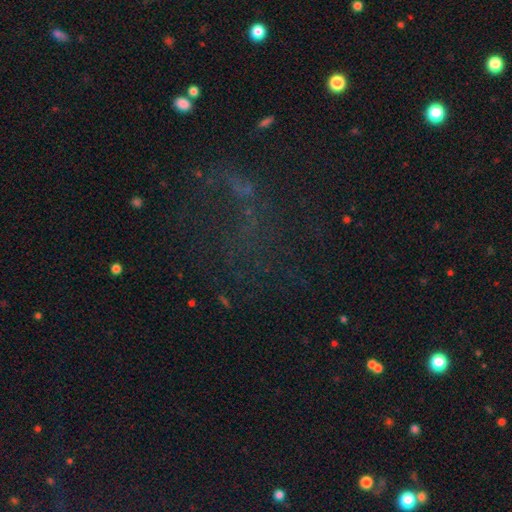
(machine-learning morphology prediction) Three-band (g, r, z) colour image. It shows a star or artifact, not a galaxy (50%).